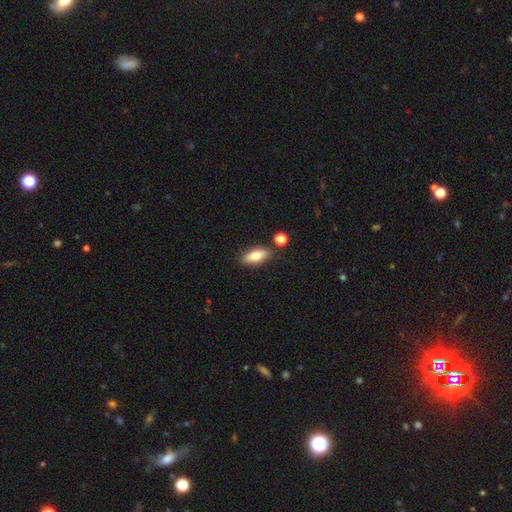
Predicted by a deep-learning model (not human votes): Morphology: type=smooth (77%); roundness=in between (79%); merging=none (81%).